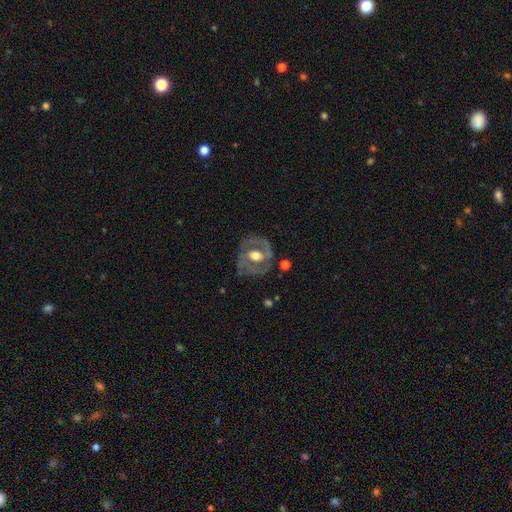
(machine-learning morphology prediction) smooth-or-featured: featured or disk: 68% | smooth: 26% | star or artifact: 6%
  disk-edge-on: no: 95% | yes: 5%
    bar: no: 55% | weak: 32% | strong: 13%
    has-spiral-arms: no: 55% | yes: 45%
    bulge-size: moderate: 63% | large: 28% | small: 6% | dominant: 2% | none: 1%
  merging: none: 70% | minor disturbance: 18% | major disturbance: 9% | merger: 2%